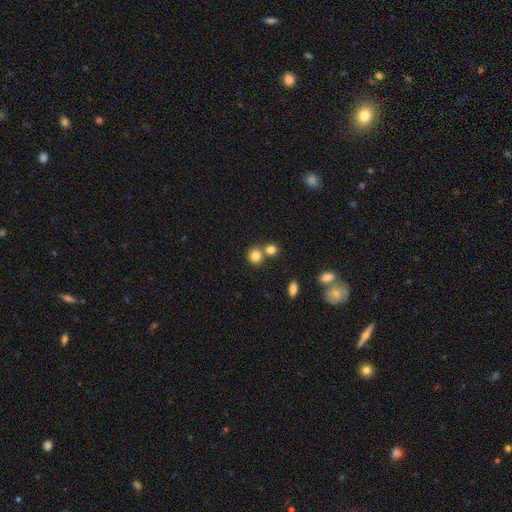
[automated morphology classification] smooth 82%, star or artifact 11%, featured or disk 7%. Down the decision tree: how rounded — round (85%); merging — none (55%).